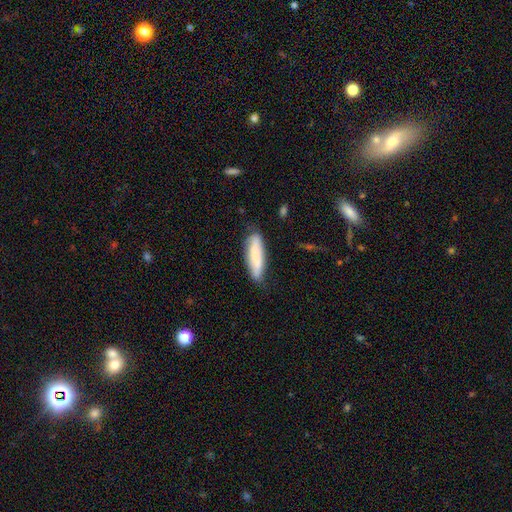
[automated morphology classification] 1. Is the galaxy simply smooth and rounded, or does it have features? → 74% smooth, 20% featured or disk, 6% star or artifact.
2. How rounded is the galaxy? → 68% cigar-shaped, 31% in between, 1% round.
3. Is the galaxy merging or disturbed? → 72% none, 22% minor disturbance, 4% major disturbance, 2% merger.